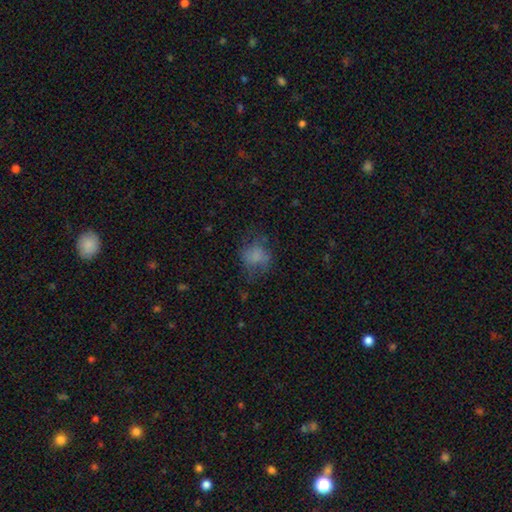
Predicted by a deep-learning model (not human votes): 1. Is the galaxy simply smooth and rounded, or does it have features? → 68% smooth, 20% featured or disk, 12% star or artifact.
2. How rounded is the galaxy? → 67% round, 32% in between, 1% cigar-shaped.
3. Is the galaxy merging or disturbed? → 52% none, 24% minor disturbance, 22% major disturbance, 2% merger.